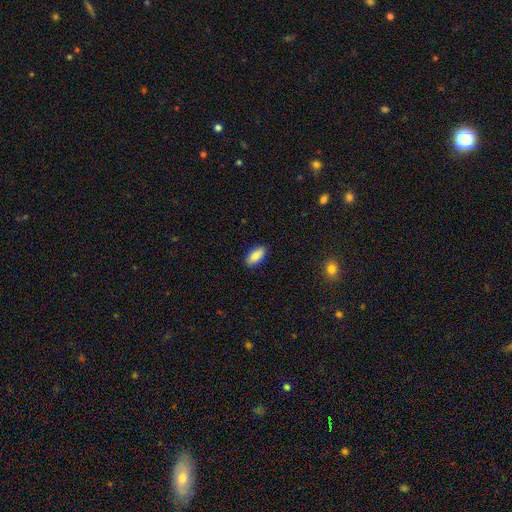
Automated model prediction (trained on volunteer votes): Smooth or featured? smooth (89%)
How rounded? in between (89%)
Merging? none (89%)